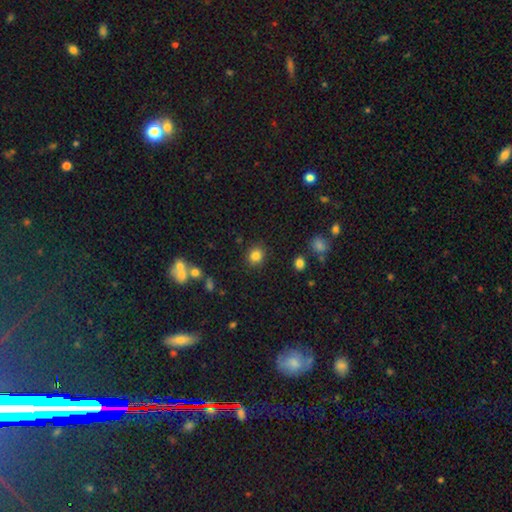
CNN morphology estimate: smooth-or-featured: smooth: 83% | star or artifact: 12% | featured or disk: 6%
  how-rounded: round: 79% | in between: 20% | cigar-shaped: 1%
  merging: none: 87% | minor disturbance: 8% | major disturbance: 3% | merger: 2%